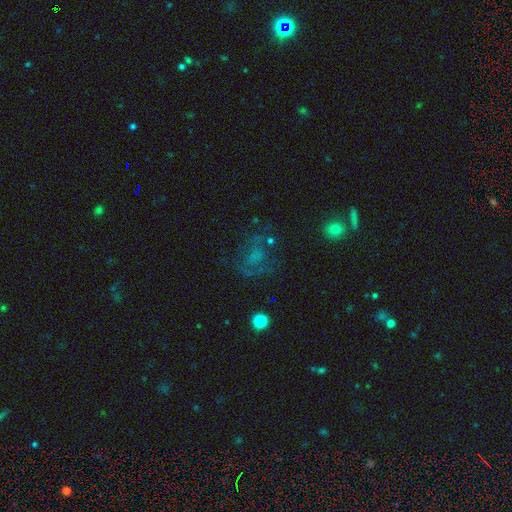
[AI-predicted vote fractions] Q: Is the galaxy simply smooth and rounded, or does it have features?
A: featured or disk — 45%.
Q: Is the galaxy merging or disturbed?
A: none — 55%.